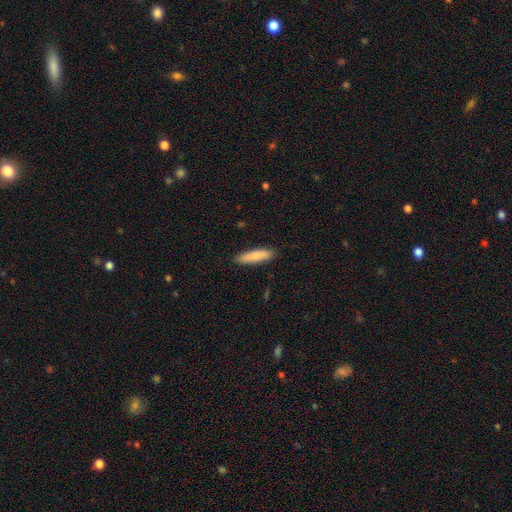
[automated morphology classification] This appears to be a smooth galaxy with no disk features (81%) that is cigar-shaped (78%). Merging: none (89%).